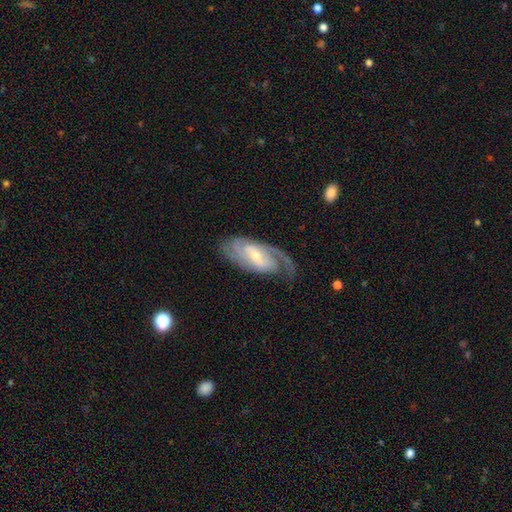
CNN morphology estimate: This is clearly a featured or disk galaxy (86%). It is clearly not viewed edge-on (94%). Bar: marginally weak (45%). Spiral arm pattern: clearly yes (96%). Spiral arm count: possibly 2 (53%). Spiral winding: possibly tight (47%). Central bulge: possibly small (55%). Merging: likely none (71%).